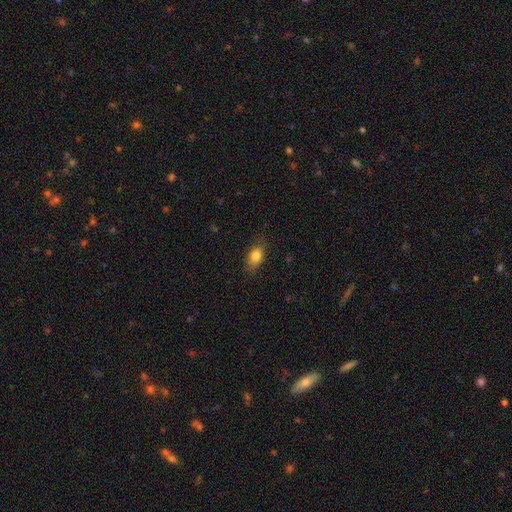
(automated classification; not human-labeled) smooth-or-featured: smooth: 83% | featured or disk: 9% | star or artifact: 9%
  how-rounded: in between: 82% | round: 13% | cigar-shaped: 4%
  merging: none: 79% | minor disturbance: 16% | major disturbance: 4% | merger: 1%